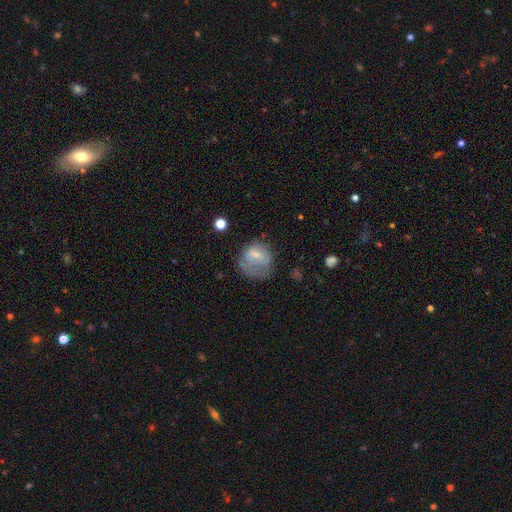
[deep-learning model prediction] A smooth galaxy with no disk features (60%) that is round (68%). Merging: none (35%).